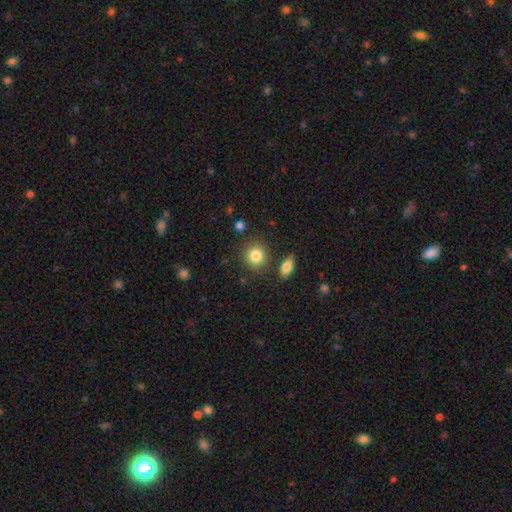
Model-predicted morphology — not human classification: Overall: smooth (85%). How rounded: round (82%). Merging: none (82%).